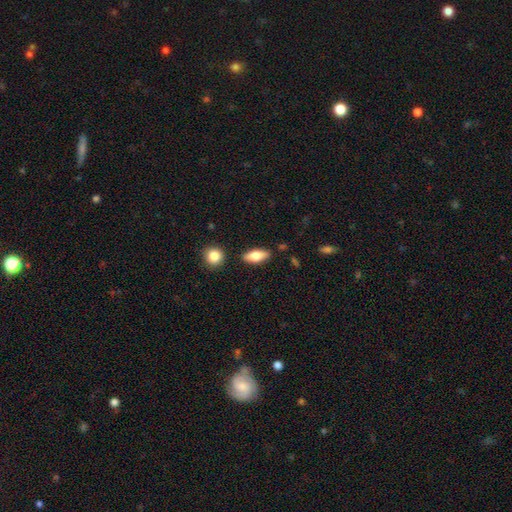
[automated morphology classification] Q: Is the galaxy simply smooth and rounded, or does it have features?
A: smooth — 73%.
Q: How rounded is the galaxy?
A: in between — 77%.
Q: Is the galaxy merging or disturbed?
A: none — 85%.